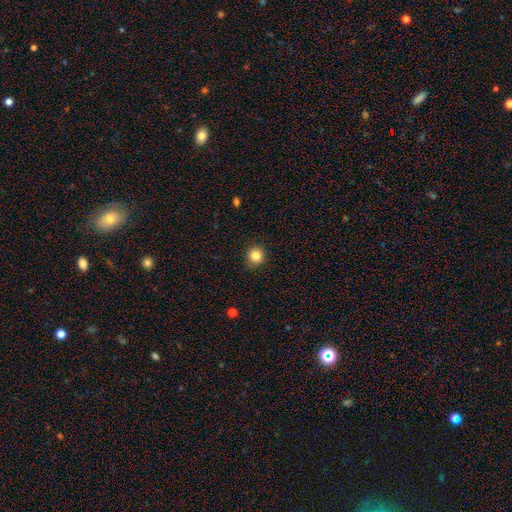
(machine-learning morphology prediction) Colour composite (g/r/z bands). It shows a smooth galaxy with no disk features (84%) that is round (92%). Merging: none (87%).